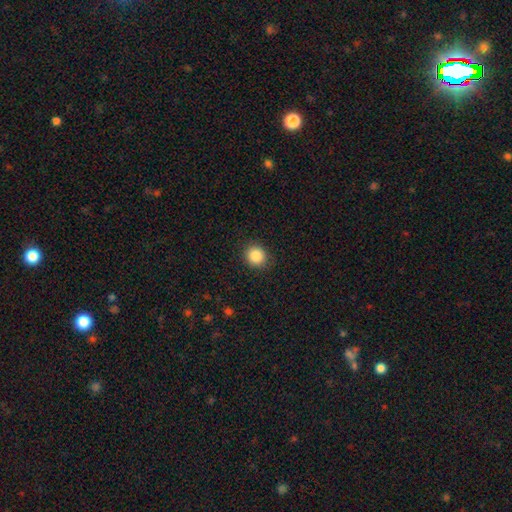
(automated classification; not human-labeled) Morphology: type=smooth (87%); roundness=round (88%); merging=none (90%).